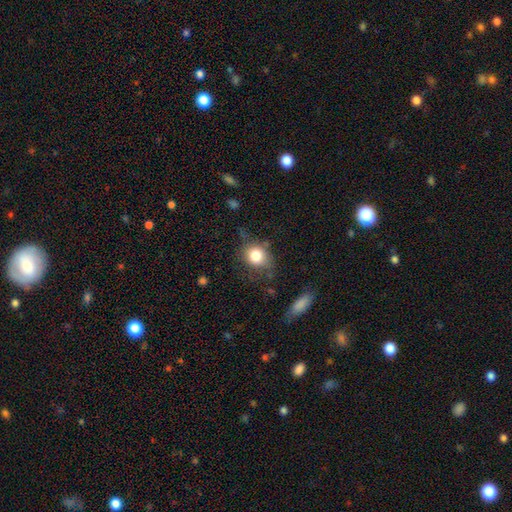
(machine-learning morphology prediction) This appears to be a smooth galaxy with no disk features (80%) that is round (62%). Merging: none (60%).